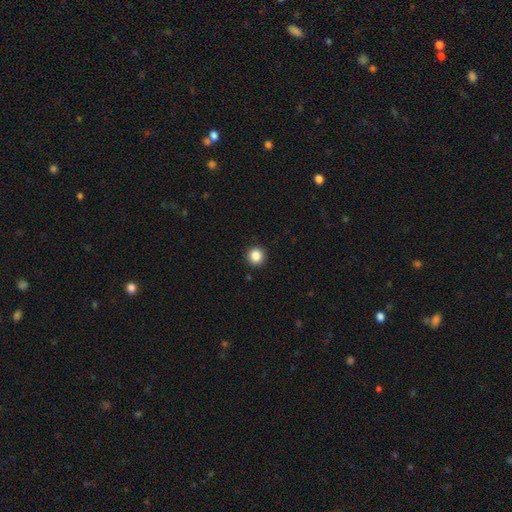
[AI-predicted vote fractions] The model was most divided on "smooth or featured": smooth: 86%, star or artifact: 10%, featured or disk: 4%. More confident: how rounded — round (94%); merging — none (93%).